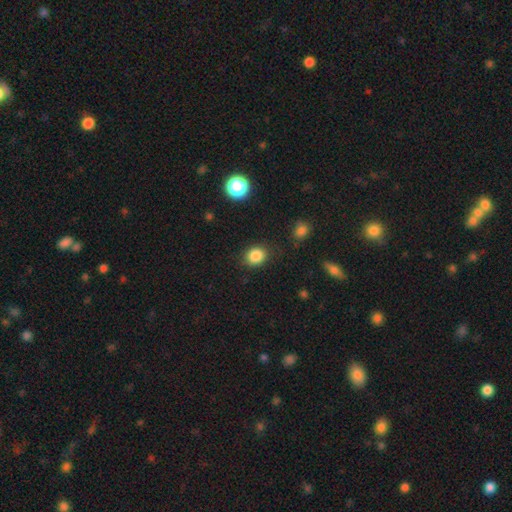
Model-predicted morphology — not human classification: smooth_or_featured: smooth (p=0.85) [alt: star or artifact p=0.11]
how_rounded: round (p=0.62) [alt: in between p=0.37]
merging: none (p=0.83) [alt: minor disturbance p=0.12]